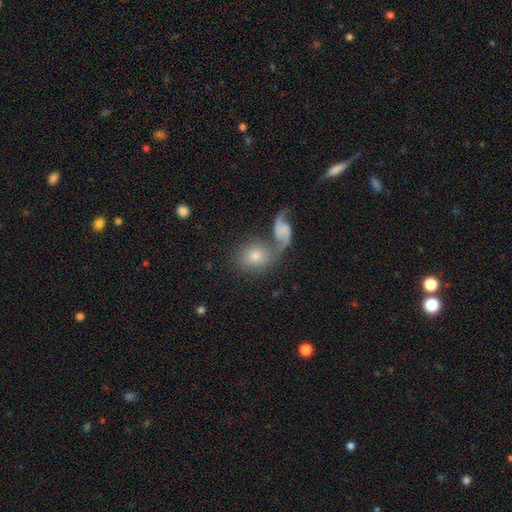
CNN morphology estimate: smooth 57%, featured or disk 33%, star or artifact 11%. Down the decision tree: how rounded — round (61%); merging — merger (43%).